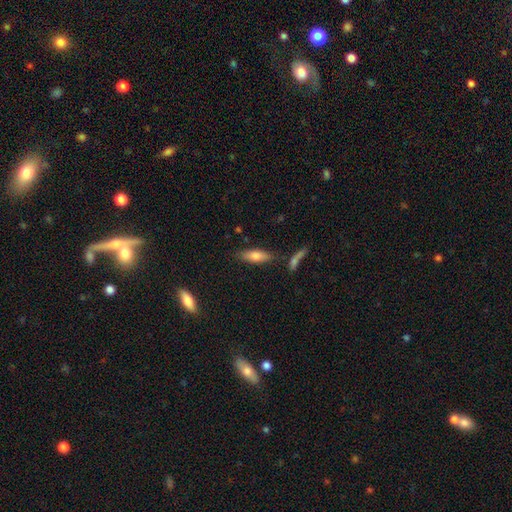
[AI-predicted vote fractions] Overall: smooth (73%). How rounded: in between (60%; cigar-shaped 37%). Merging: none (76%).